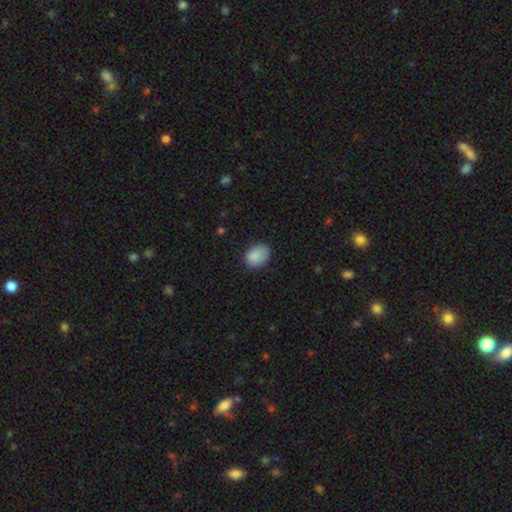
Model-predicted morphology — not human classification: The model was most divided on "how rounded": in between: 69%, round: 31%, cigar-shaped: 1%. More confident: smooth or featured — smooth (87%); merging — none (71%).